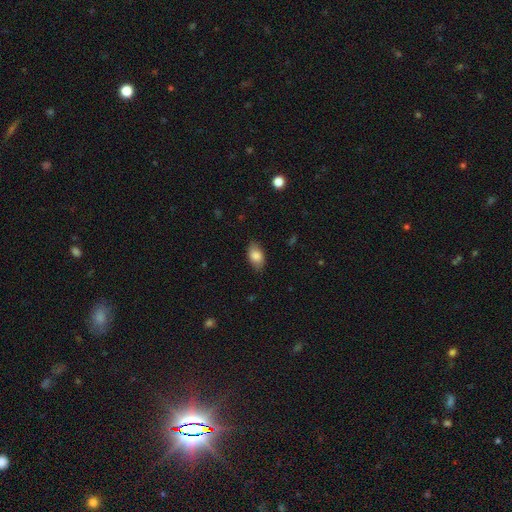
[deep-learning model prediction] Smooth or featured? smooth (83%)
How rounded? in between (91%)
Merging? none (82%)